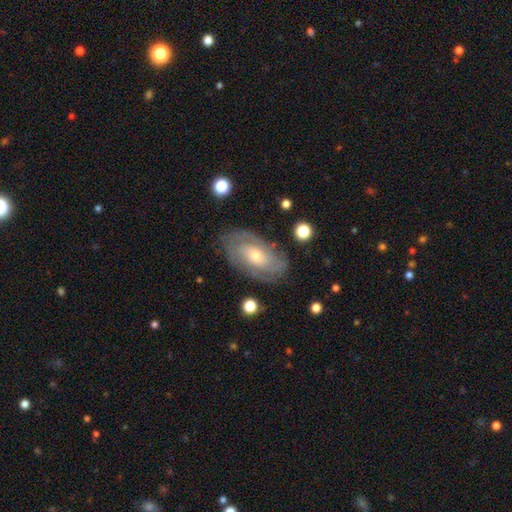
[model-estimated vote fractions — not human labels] Q: Smooth or featured?
A: featured or disk (72%); runner-up: smooth (21%)
Q: Edge-on disk?
A: no (93%); runner-up: yes (7%)
Q: Bar?
A: no (72%); runner-up: weak (23%)
Q: Spiral arms?
A: yes (85%); runner-up: no (15%)
Q: Spiral winding?
A: tight (62%); runner-up: medium (29%)
Q: Spiral arm count?
A: can't tell (42%); runner-up: 2 (36%)
Q: Bulge size?
A: small (59%); runner-up: moderate (36%)
Q: Merging?
A: none (78%); runner-up: minor disturbance (15%)